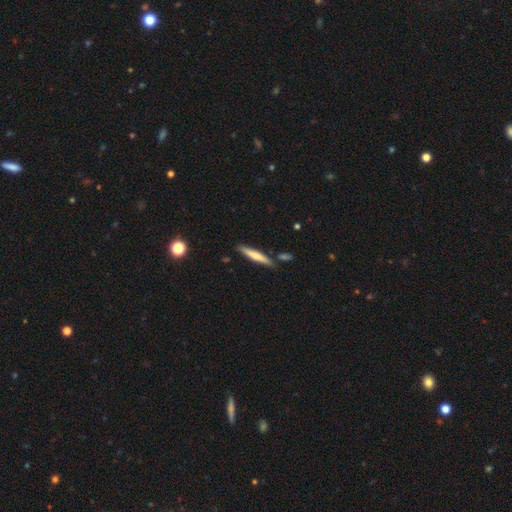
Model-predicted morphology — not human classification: This appears to be a smooth galaxy with no disk features (56%) that is cigar-shaped (92%). Merging: none (82%).